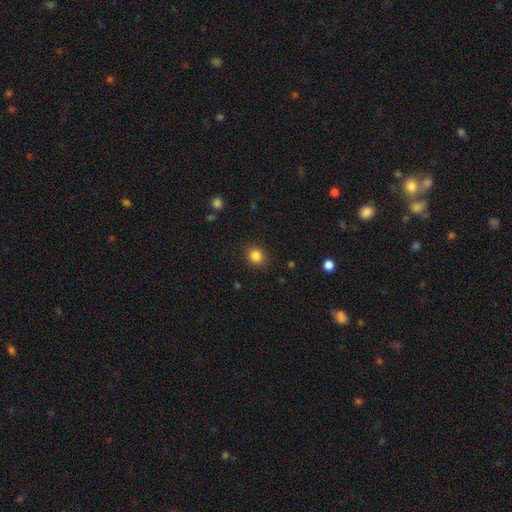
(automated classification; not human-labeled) smooth_or_featured: smooth (p=0.84) [alt: star or artifact p=0.11]
how_rounded: round (p=0.75) [alt: in between p=0.24]
merging: none (p=0.89) [alt: minor disturbance p=0.08]